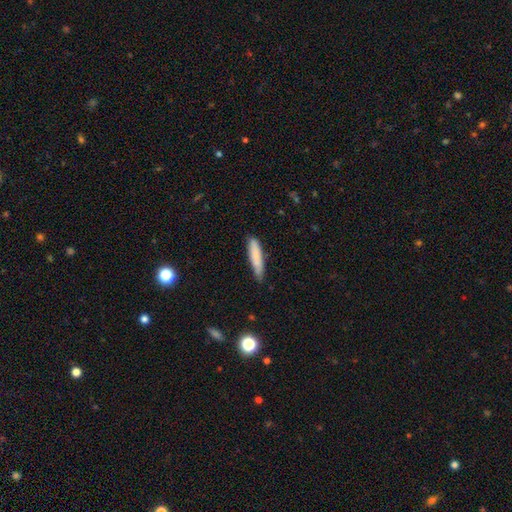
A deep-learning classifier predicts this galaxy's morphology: smooth-or-featured: smooth: 77% | featured or disk: 17% | star or artifact: 6%
  how-rounded: cigar-shaped: 80% | in between: 18% | round: 1%
  merging: none: 71% | minor disturbance: 23% | major disturbance: 3% | merger: 2%